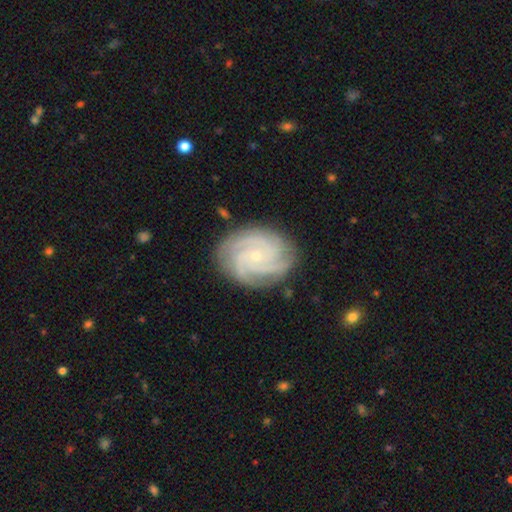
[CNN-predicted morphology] Overall: featured or disk (89%). Edge-on disk: no (98%). Bar: no (75%). Spiral arms: yes (98%). Spiral arm count: 4 (35%; 3 34%). Spiral winding: tight (73%). Bulge size: small (82%). Merging: none (82%).